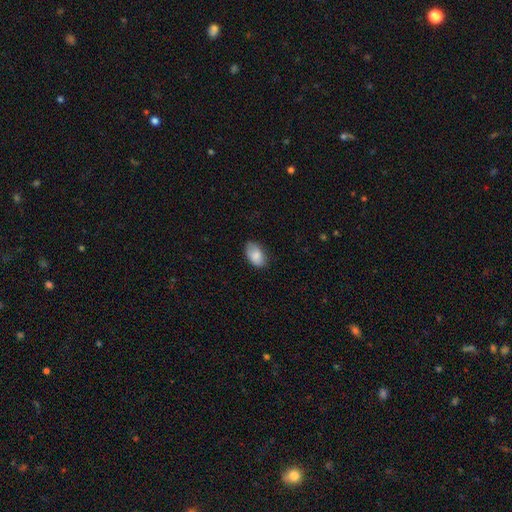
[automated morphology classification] smooth 85%, featured or disk 9%, star or artifact 7%. Down the decision tree: how rounded — in between (91%); merging — none (76%).